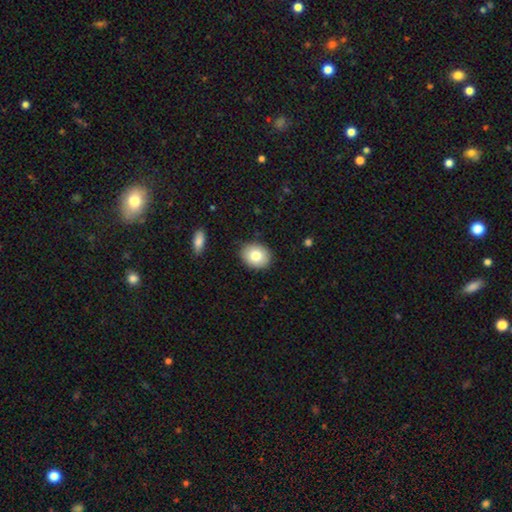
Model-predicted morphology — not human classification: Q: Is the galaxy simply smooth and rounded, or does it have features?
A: smooth — 79%.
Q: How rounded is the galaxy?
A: in between — 50%.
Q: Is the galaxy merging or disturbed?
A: none — 87%.